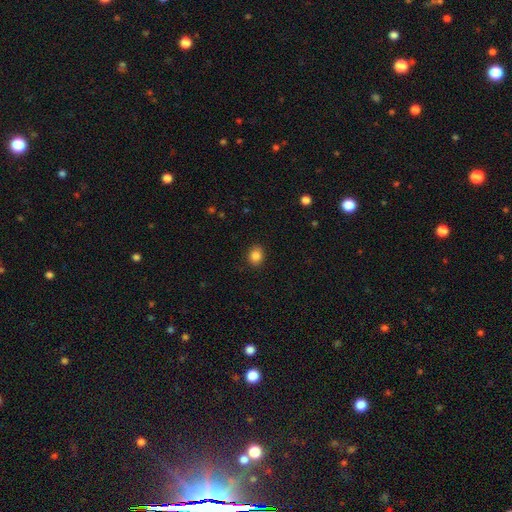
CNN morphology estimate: This appears to be a smooth galaxy with no disk features (86%) that is round (63%). Merging: none (89%).